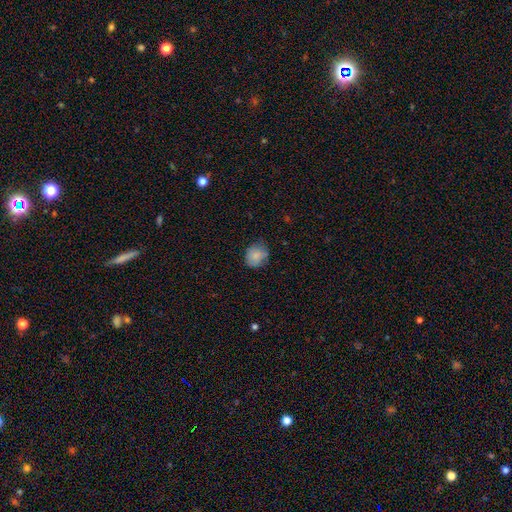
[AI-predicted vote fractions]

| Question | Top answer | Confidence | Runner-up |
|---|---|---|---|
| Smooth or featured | smooth | 84% | star or artifact (8%) |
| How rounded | round | 70% | in between (29%) |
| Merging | none | 70% | minor disturbance (24%) |